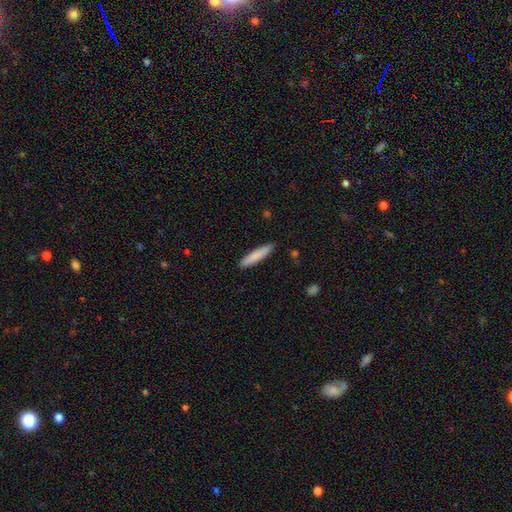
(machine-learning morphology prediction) type=smooth (82%); roundness=cigar-shaped (90%); merging=none (90%).